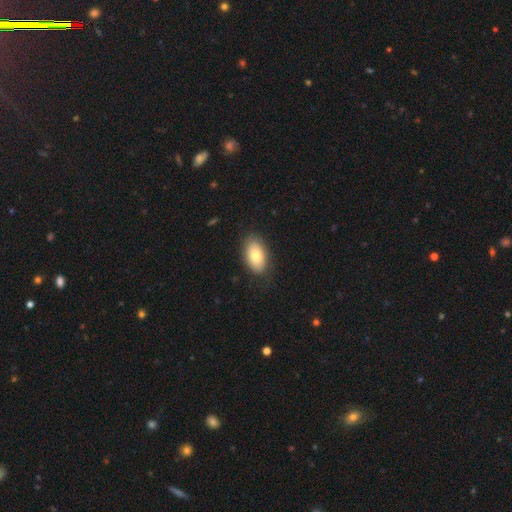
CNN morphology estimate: smooth-or-featured: smooth: 78% | featured or disk: 15% | star or artifact: 7%
  how-rounded: in between: 93% | round: 5% | cigar-shaped: 2%
  merging: none: 83% | minor disturbance: 13% | major disturbance: 3% | merger: 1%